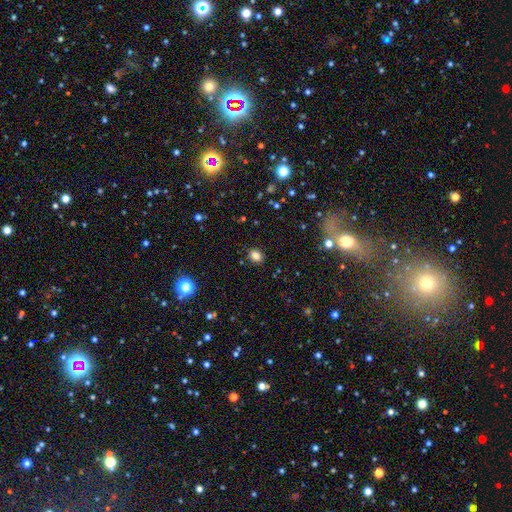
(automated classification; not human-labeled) smooth-or-featured: smooth: 82% | star or artifact: 13% | featured or disk: 6%
  how-rounded: round: 50% | in between: 49% | cigar-shaped: 1%
  merging: none: 88% | minor disturbance: 8% | major disturbance: 2% | merger: 1%